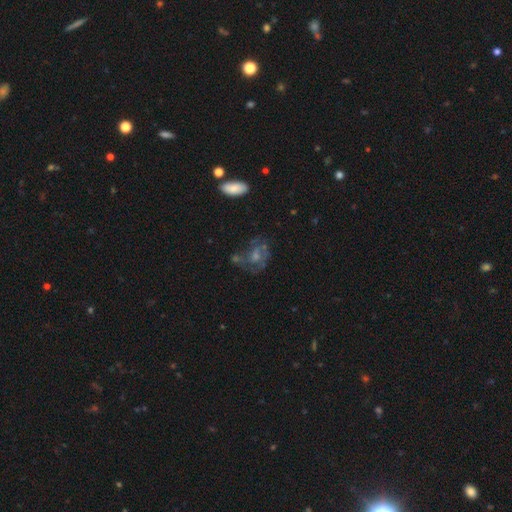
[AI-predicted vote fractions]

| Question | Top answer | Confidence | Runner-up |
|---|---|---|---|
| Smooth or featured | featured or disk | 64% | smooth (21%) |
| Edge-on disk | no | 96% | yes (4%) |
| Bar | no | 63% | weak (31%) |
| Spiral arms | yes | 71% | no (29%) |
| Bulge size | moderate | 40% | tied: small (40%) |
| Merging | none | 57% | minor disturbance (19%) |